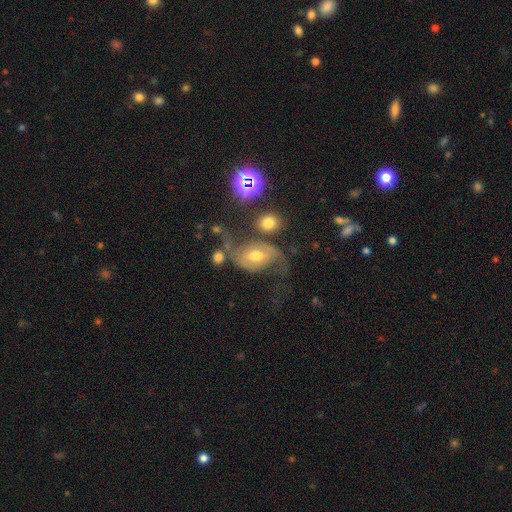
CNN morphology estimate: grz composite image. It shows a featured or disk galaxy (68%) with no bar (44%), 2 (87%) loose (63%) spiral arms (86%) and a moderate central bulge (70%). Merging: none (46%).